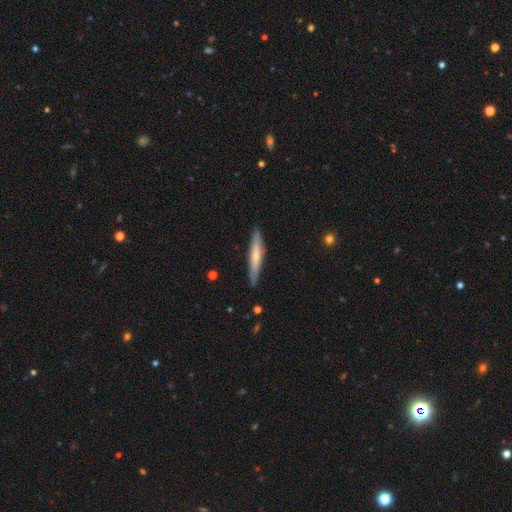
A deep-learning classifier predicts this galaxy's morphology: This appears to be a smooth galaxy with no disk features (56%) that is cigar-shaped (90%). Merging: none (86%).